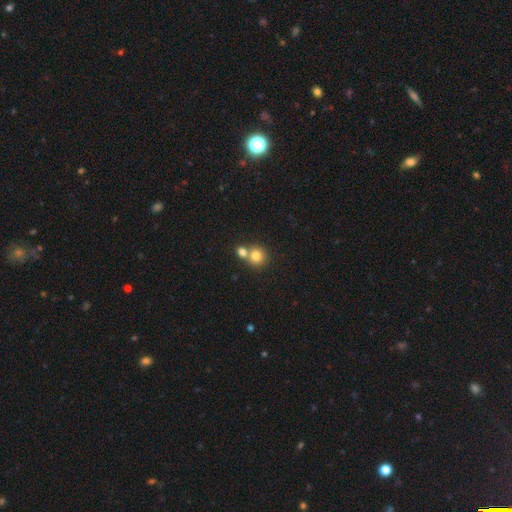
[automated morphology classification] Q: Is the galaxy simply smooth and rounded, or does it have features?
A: smooth — 79%.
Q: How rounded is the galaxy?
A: round — 88%.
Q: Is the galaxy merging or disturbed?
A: none — 47%.